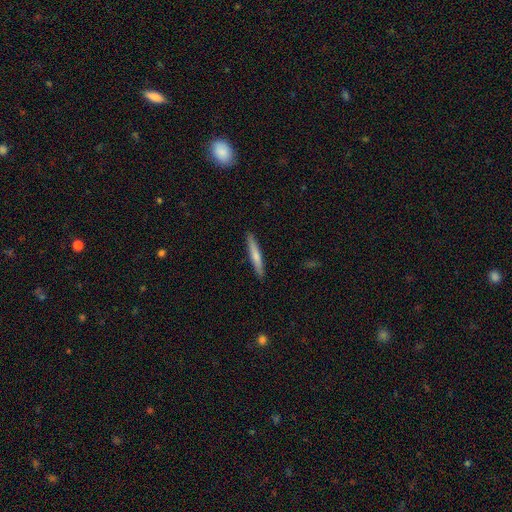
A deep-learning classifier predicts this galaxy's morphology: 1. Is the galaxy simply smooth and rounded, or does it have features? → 66% smooth, 29% featured or disk, 5% star or artifact.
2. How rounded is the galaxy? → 95% cigar-shaped, 4% in between, 1% round.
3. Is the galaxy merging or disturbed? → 91% none, 7% minor disturbance, 1% major disturbance, 1% merger.